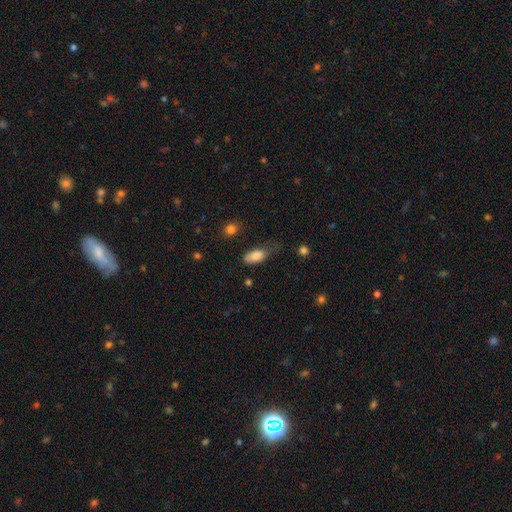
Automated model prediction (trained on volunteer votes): Smooth or featured? smooth (83%)
How rounded? in between (89%)
Merging? none (39%)